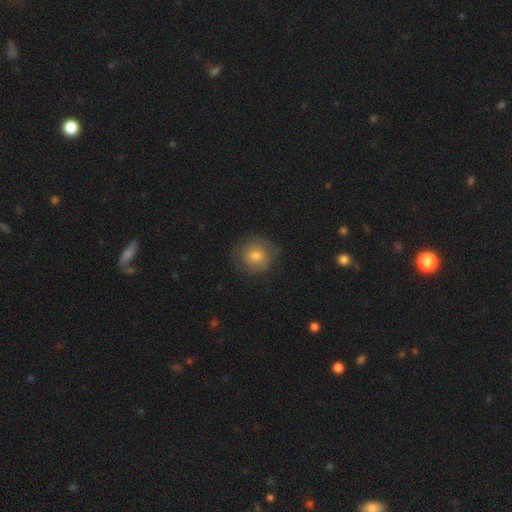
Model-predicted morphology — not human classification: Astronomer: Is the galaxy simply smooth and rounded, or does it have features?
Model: smooth — 62%.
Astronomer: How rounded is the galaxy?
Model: round — 85%.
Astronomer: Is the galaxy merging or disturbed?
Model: none — 75%.